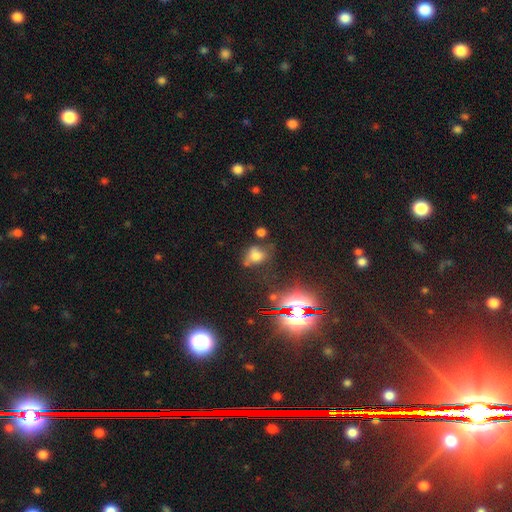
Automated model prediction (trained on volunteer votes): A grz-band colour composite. It shows a smooth galaxy with no disk features (58%) that is in between round and cigar-shaped (60%). Merging: none (45%).